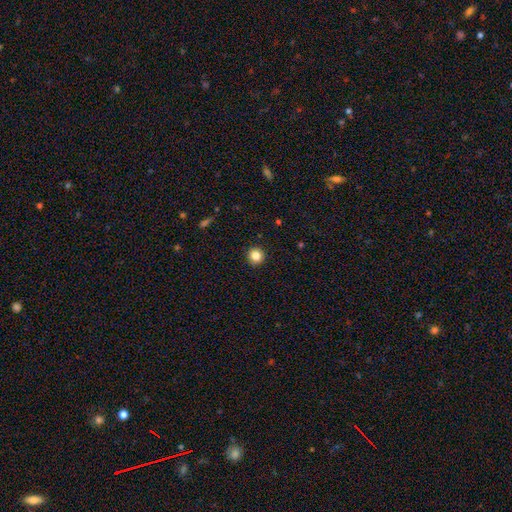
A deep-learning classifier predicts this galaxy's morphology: smooth_or_featured: smooth (p=0.83) [alt: star or artifact p=0.11]
how_rounded: round (p=0.94) [alt: in between p=0.05]
merging: none (p=0.93) [alt: minor disturbance p=0.05]